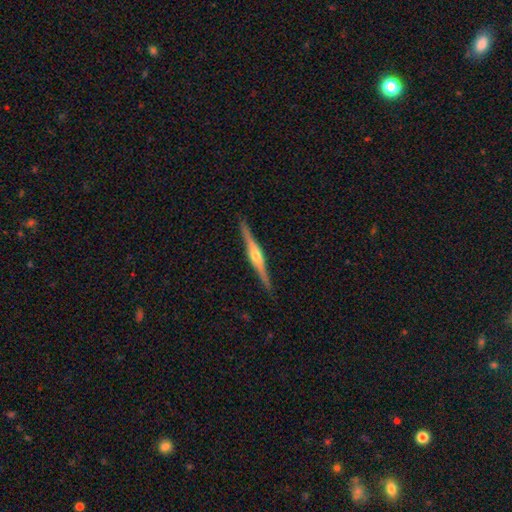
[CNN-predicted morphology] Overall: featured or disk (81%). Edge-on disk: yes (98%). Edge-on bulge: rounded (90%). Merging: none (90%).